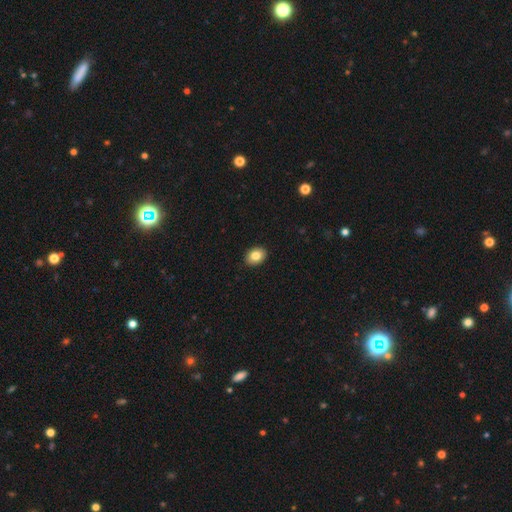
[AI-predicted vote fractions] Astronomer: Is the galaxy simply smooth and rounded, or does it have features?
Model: smooth — 83%.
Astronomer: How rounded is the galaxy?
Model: in between — 71%.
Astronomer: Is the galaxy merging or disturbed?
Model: none — 90%.